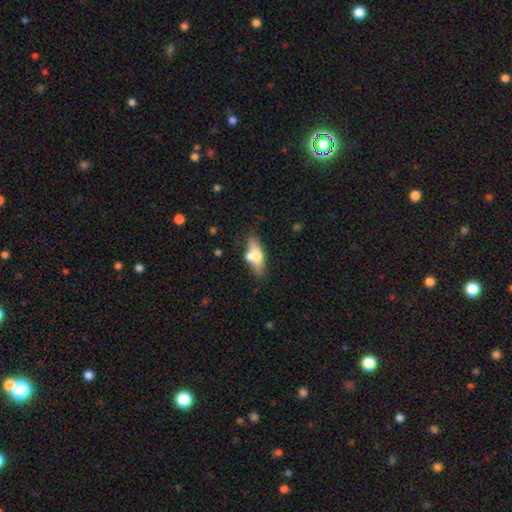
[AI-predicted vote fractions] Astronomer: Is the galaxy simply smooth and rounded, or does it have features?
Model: smooth — 48% (runner-up: featured or disk, 45%).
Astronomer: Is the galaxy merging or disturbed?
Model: none — 59%.